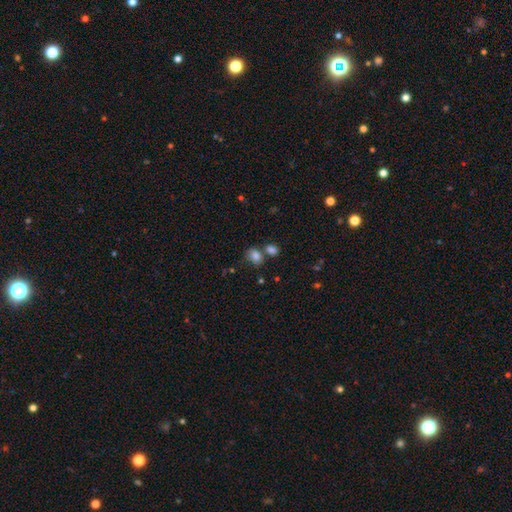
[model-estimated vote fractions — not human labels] Smooth or featured?
  - smooth: 82% *
  - star or artifact: 11%
  - featured or disk: 7%
How rounded?
  - in between: 60% *
  - round: 39%
  - cigar-shaped: 1%
Merging?
  - none: 52% *
  - merger: 29%
  - minor disturbance: 14%
  - major disturbance: 5%